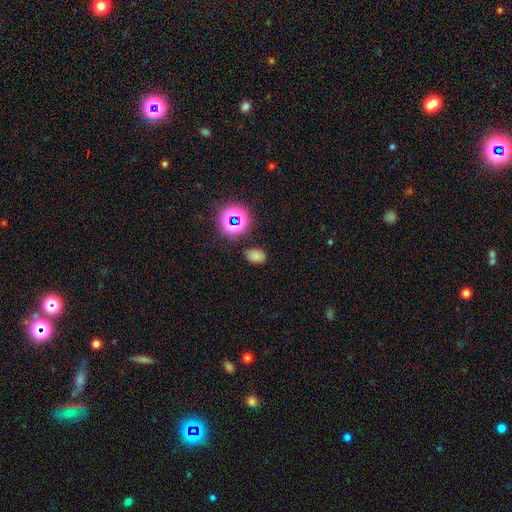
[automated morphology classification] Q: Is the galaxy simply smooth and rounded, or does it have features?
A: smooth — 71%.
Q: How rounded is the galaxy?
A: in between — 80%.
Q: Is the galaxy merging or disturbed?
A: none — 82%.